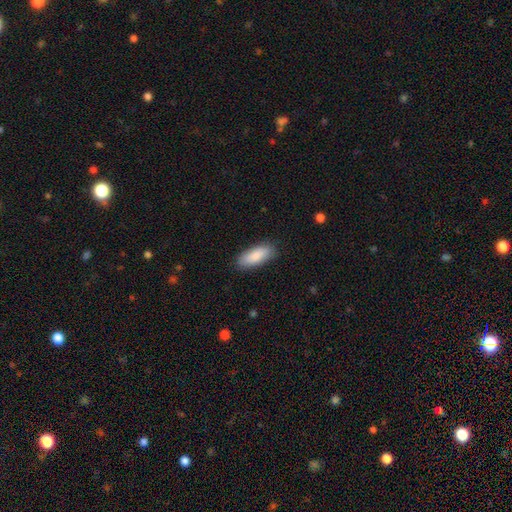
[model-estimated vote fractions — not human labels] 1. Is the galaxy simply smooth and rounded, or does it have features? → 88% smooth, 7% featured or disk, 6% star or artifact.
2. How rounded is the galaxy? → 74% in between, 24% cigar-shaped, 2% round.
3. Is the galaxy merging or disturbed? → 86% none, 10% minor disturbance, 2% major disturbance, 1% merger.